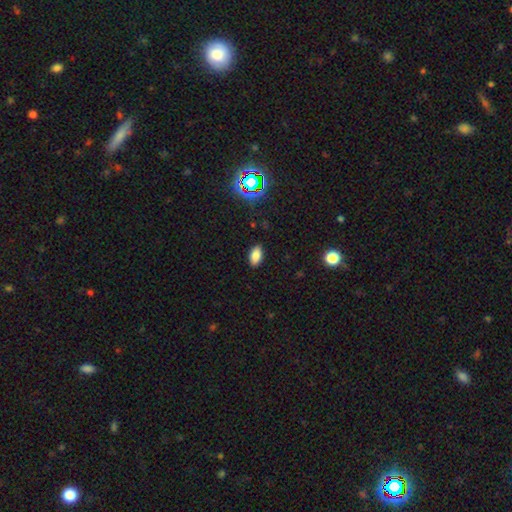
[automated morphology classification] Q: Smooth or featured?
A: smooth (82%); runner-up: star or artifact (12%)
Q: How rounded?
A: in between (92%); runner-up: round (4%)
Q: Merging?
A: none (88%); runner-up: minor disturbance (9%)